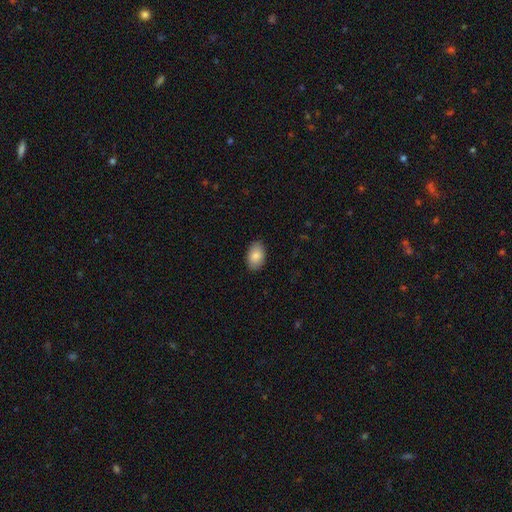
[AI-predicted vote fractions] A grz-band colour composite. It shows a smooth galaxy with no disk features (86%) that is in between round and cigar-shaped (90%). Merging: none (88%).